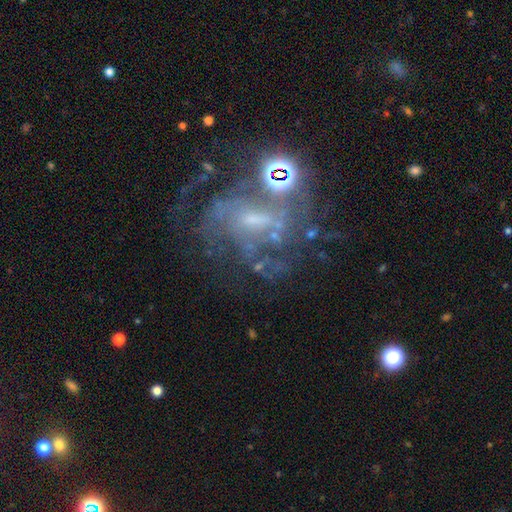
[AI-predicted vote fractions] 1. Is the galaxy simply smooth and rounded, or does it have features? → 72% featured or disk, 21% star or artifact, 8% smooth.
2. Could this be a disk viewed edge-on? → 97% no, 3% yes.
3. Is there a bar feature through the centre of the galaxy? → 43% no, 42% weak, 15% strong.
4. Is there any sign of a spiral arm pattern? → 85% yes, 15% no.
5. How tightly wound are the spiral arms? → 43% tight, 40% medium, 16% loose.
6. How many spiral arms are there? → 40% can't tell, 15% 3, 14% 2, 13% 4, 10% more than 4, 8% 1.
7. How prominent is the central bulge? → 60% small, 23% moderate, 13% none, 3% large, 1% dominant.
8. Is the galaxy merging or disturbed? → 55% none, 20% major disturbance, 16% minor disturbance, 9% merger.